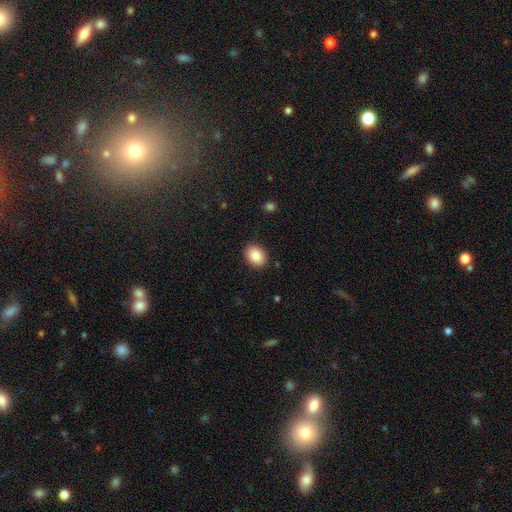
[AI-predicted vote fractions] Smooth or featured? Predicted: smooth (p=0.86). How rounded? Predicted: in between (p=0.63). Merging? Predicted: none (p=0.89).